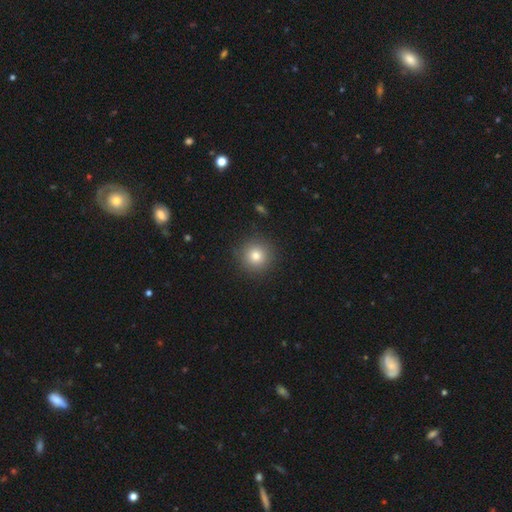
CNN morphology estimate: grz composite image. It shows a smooth galaxy with no disk features (79%) that is round (95%). Merging: none (90%).